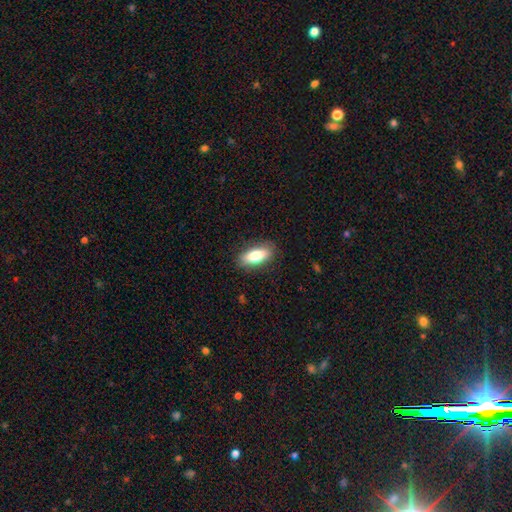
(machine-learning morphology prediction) Q: Smooth or featured?
A: smooth (77%); runner-up: featured or disk (16%)
Q: How rounded?
A: in between (78%); runner-up: cigar-shaped (18%)
Q: Merging?
A: none (86%); runner-up: minor disturbance (11%)